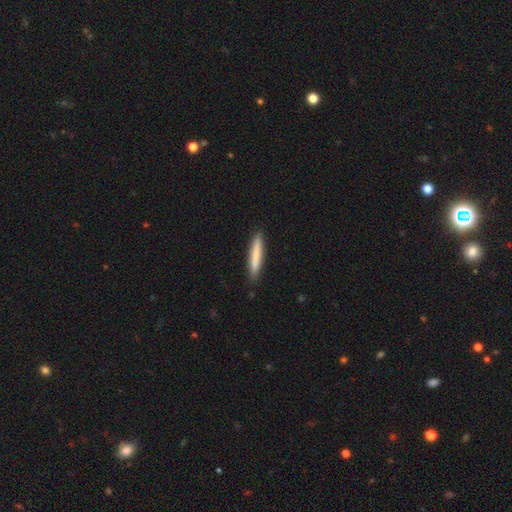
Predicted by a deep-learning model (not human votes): Q: Smooth or featured?
A: smooth (79%); runner-up: featured or disk (16%)
Q: How rounded?
A: cigar-shaped (94%); runner-up: in between (5%)
Q: Merging?
A: none (90%); runner-up: minor disturbance (7%)